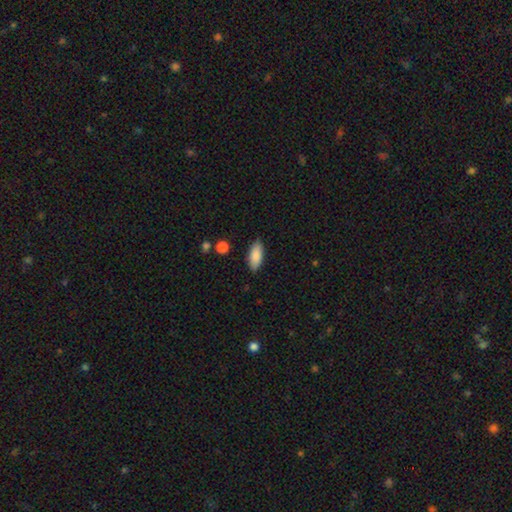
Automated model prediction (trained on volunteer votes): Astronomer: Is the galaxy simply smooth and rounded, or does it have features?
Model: smooth — 87%.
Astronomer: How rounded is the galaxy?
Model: in between — 83%.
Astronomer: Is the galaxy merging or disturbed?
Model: none — 85%.